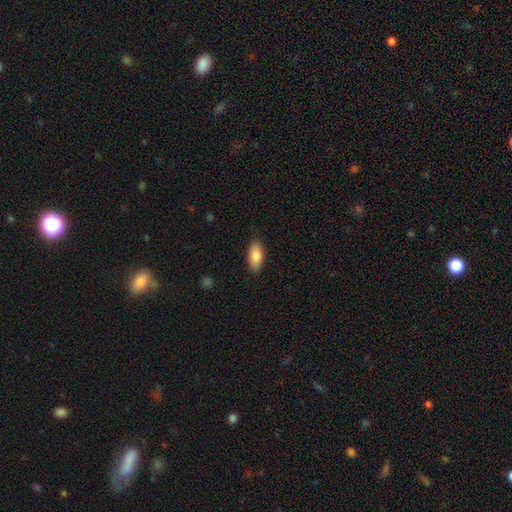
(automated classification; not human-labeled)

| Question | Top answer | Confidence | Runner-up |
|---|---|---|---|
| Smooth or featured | smooth | 83% | featured or disk (10%) |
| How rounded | in between | 90% | cigar-shaped (8%) |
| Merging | none | 86% | minor disturbance (10%) |